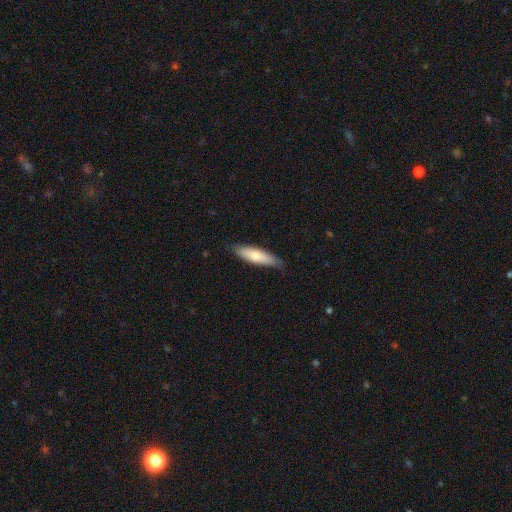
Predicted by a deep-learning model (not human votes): Smooth or featured?
  - smooth: 69% *
  - featured or disk: 26%
  - star or artifact: 6%
How rounded?
  - cigar-shaped: 59% *
  - in between: 39%
  - round: 2%
Merging?
  - none: 81% *
  - minor disturbance: 16%
  - major disturbance: 2%
  - merger: 1%